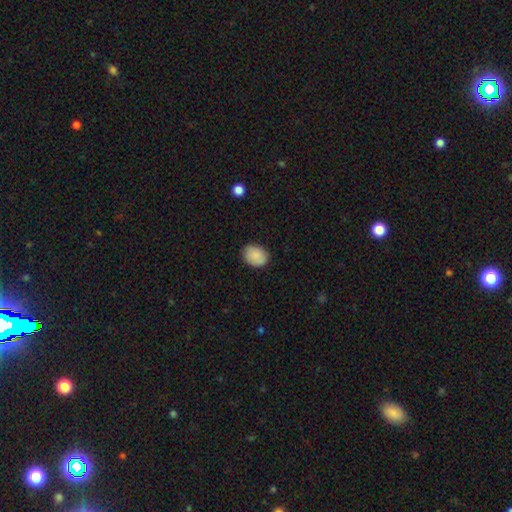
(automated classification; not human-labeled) Smooth or featured?
  - smooth: 88% *
  - star or artifact: 7%
  - featured or disk: 5%
How rounded?
  - in between: 61% *
  - round: 38%
  - cigar-shaped: 1%
Merging?
  - none: 83% *
  - minor disturbance: 13%
  - major disturbance: 2%
  - merger: 1%